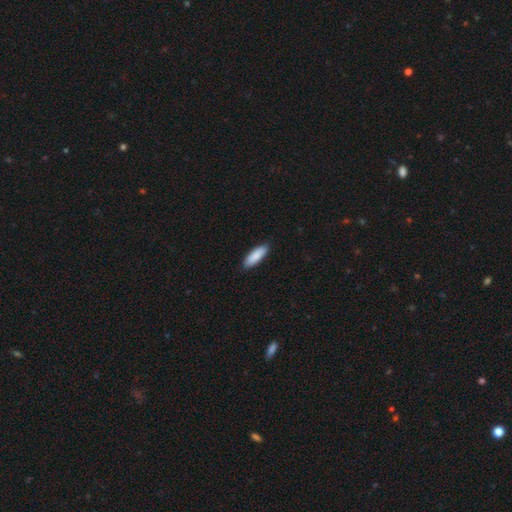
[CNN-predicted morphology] type=smooth (89%); roundness=in between (54%); merging=none (89%).